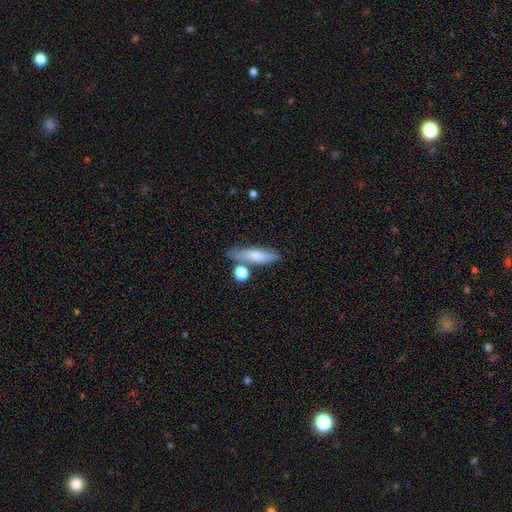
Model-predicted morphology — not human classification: A smooth galaxy with no disk features (73%) that is cigar-shaped (64%).

Vote fractions:
- Smooth or featured? smooth: 73% / featured or disk: 20% / star or artifact: 7%
- How rounded? cigar-shaped: 64% / in between: 32% / round: 4%
- Merging? none: 67% / minor disturbance: 15% / merger: 13% / major disturbance: 5%